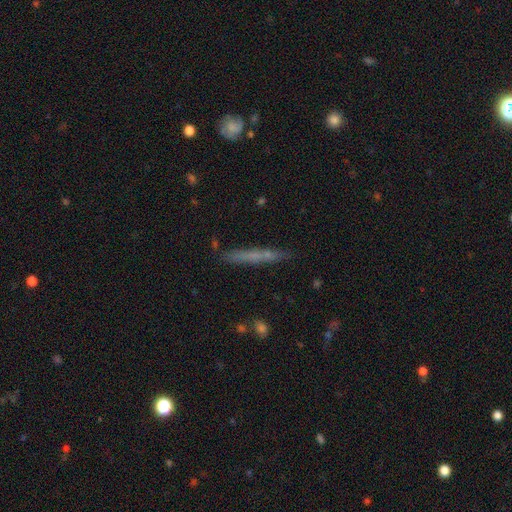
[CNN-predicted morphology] smooth 53%, featured or disk 38%, star or artifact 9%. Down the decision tree: how rounded — cigar-shaped (95%); merging — none (85%).